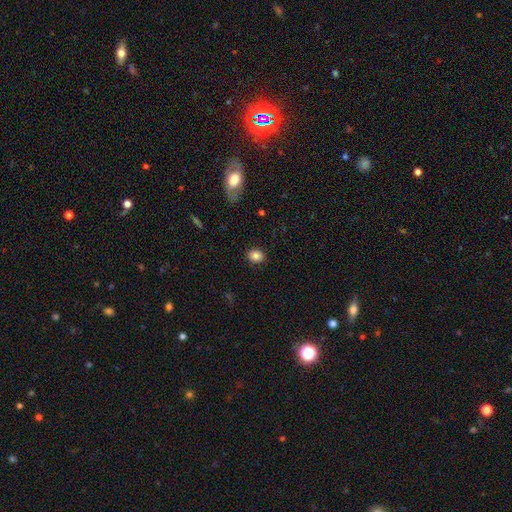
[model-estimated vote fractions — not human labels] Smooth or featured? Predicted: smooth (p=0.85). How rounded? Predicted: round (p=0.58). Merging? Predicted: none (p=0.88).